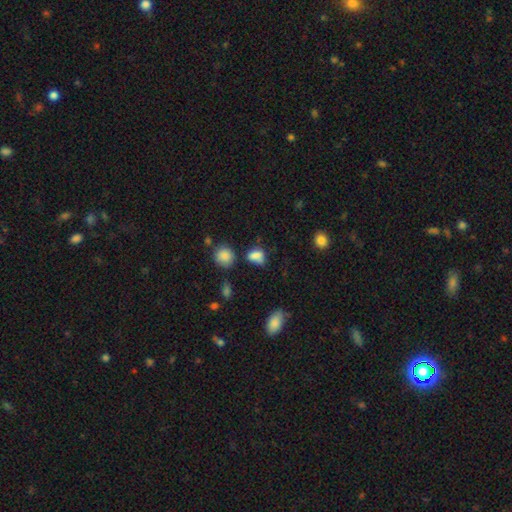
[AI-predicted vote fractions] Q: Smooth or featured?
A: smooth (76%); runner-up: star or artifact (14%)
Q: How rounded?
A: in between (64%); runner-up: round (33%)
Q: Merging?
A: none (47%); runner-up: minor disturbance (25%)